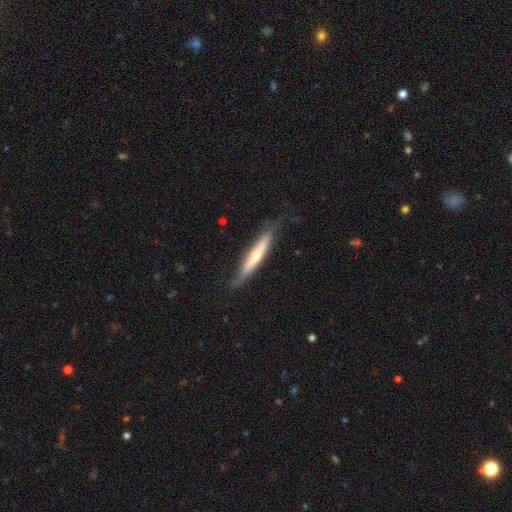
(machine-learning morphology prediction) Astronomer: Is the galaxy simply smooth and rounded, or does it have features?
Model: featured or disk — 52% (runner-up: smooth, 42%).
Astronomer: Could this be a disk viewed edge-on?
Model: yes — 87%.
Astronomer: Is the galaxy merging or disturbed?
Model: none — 73%.